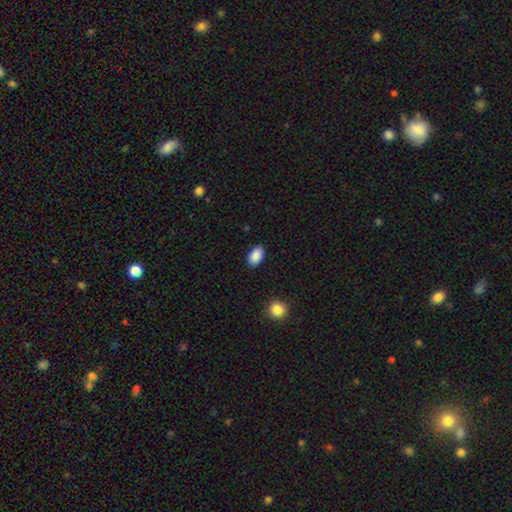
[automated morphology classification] A smooth galaxy with no disk features (90%) that is in between round and cigar-shaped (93%). Merging: none (88%).